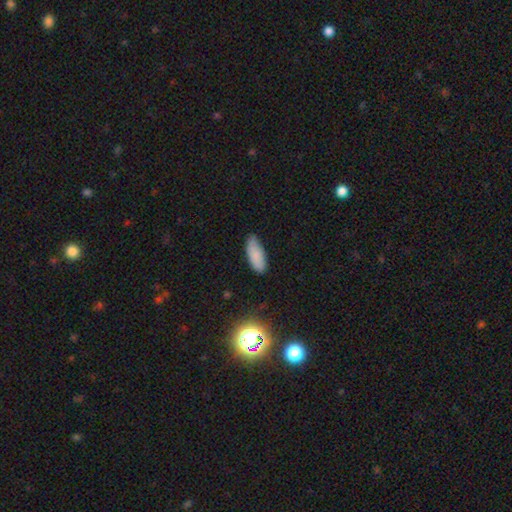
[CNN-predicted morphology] Smooth or featured?
  - smooth: 85% *
  - star or artifact: 8%
  - featured or disk: 7%
How rounded?
  - in between: 78% *
  - cigar-shaped: 21%
  - round: 2%
Merging?
  - none: 74% *
  - minor disturbance: 21%
  - major disturbance: 3%
  - merger: 1%